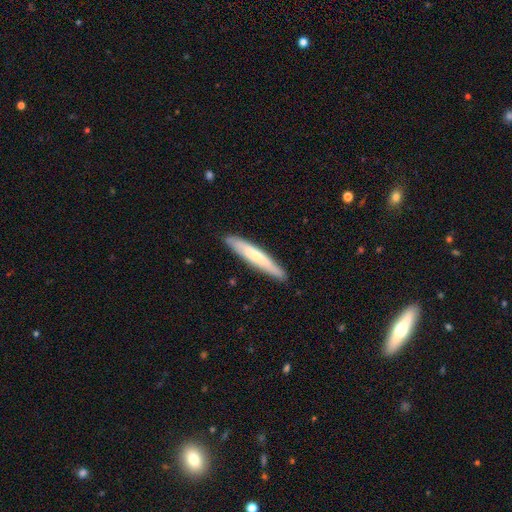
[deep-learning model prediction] The model was most divided on "smooth or featured": smooth: 58%, featured or disk: 37%, star or artifact: 5%. More confident: how rounded — cigar-shaped (92%); merging — none (88%).